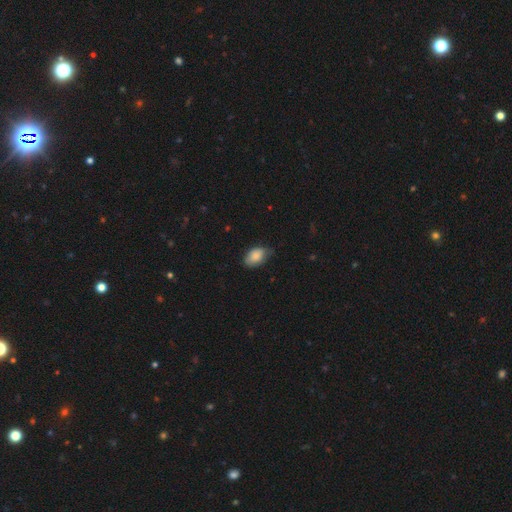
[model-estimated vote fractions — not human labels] smooth-or-featured: smooth: 84% | featured or disk: 10% | star or artifact: 7%
  how-rounded: in between: 90% | round: 9% | cigar-shaped: 1%
  merging: none: 57% | minor disturbance: 35% | major disturbance: 6% | merger: 1%